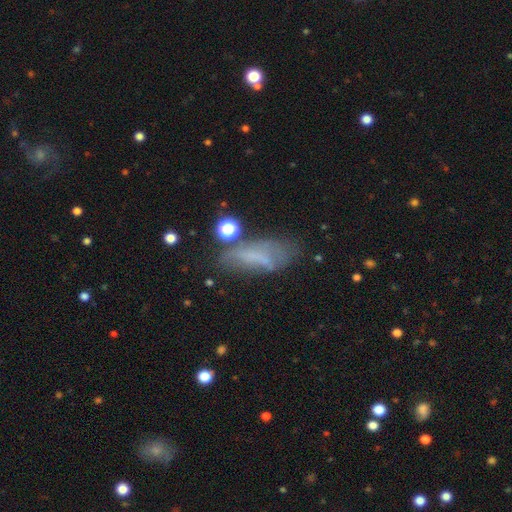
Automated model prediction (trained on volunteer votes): Morphology: type=smooth (50%); roundness=in between (65%); merging=none (42%).